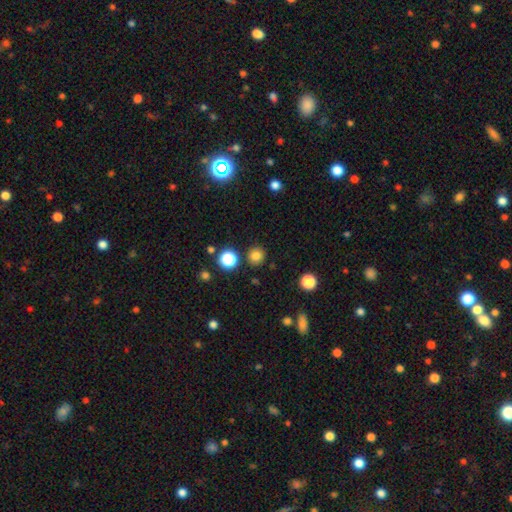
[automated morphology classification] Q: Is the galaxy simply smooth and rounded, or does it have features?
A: smooth — 80%.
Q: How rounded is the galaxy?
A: round — 91%.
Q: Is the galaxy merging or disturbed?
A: none — 88%.